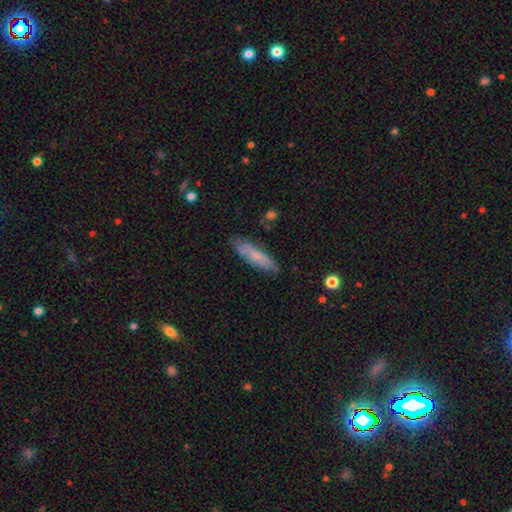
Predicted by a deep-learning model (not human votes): smooth_or_featured: smooth (p=0.61) [alt: featured or disk p=0.32]
how_rounded: cigar-shaped (p=0.68) [alt: in between p=0.30]
merging: none (p=0.78) [alt: minor disturbance p=0.17]